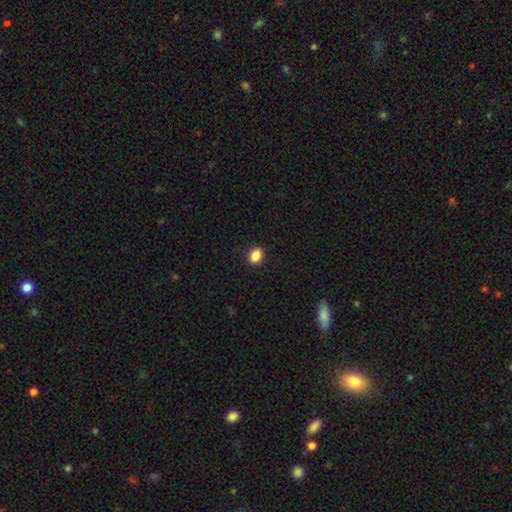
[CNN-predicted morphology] Smooth or featured? Predicted: smooth (p=0.88). How rounded? Predicted: in between (p=0.70). Merging? Predicted: none (p=0.90).